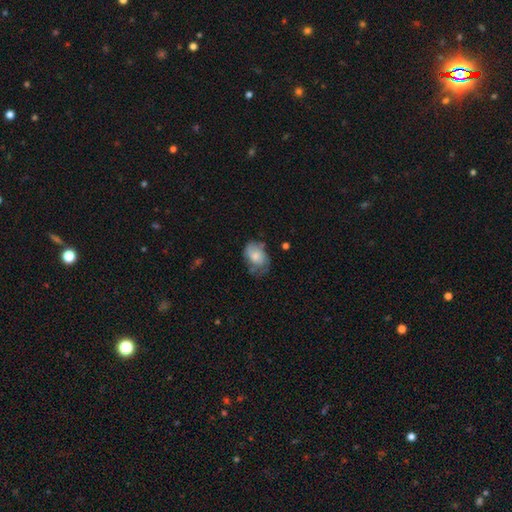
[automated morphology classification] This is likely a smooth galaxy (63%). How rounded: likely in between (79%). Merging: possibly none (46%).